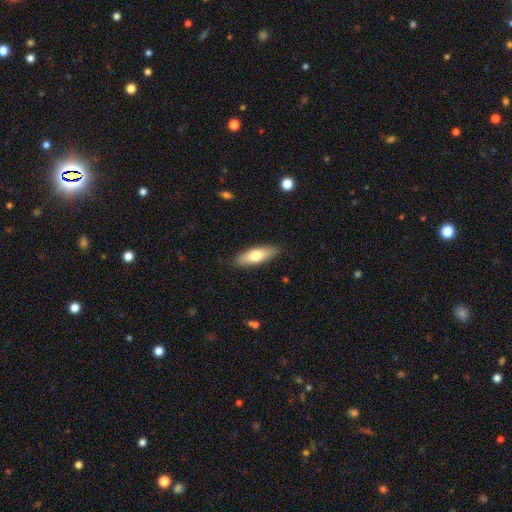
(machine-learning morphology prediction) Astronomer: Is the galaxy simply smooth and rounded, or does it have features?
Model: smooth — 70%.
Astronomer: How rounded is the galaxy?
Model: in between — 58% (runner-up: cigar-shaped, 40%).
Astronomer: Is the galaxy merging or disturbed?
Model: none — 87%.